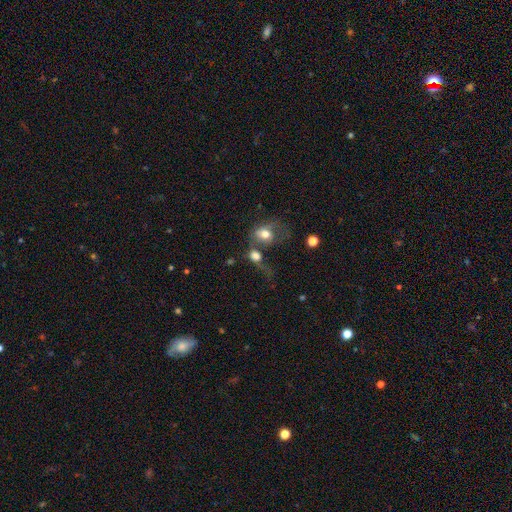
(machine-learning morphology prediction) This is likely a smooth galaxy (69%). How rounded: possibly in between (49%). Merging: marginally merger (38%).